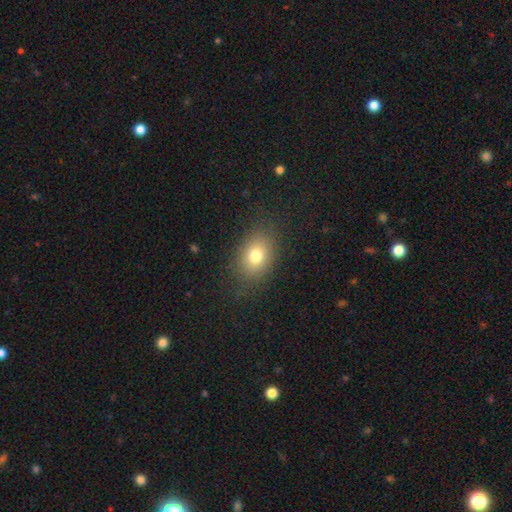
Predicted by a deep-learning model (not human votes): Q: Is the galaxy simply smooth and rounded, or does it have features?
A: smooth — 76%.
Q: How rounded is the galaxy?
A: in between — 69%.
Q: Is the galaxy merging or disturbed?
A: none — 81%.